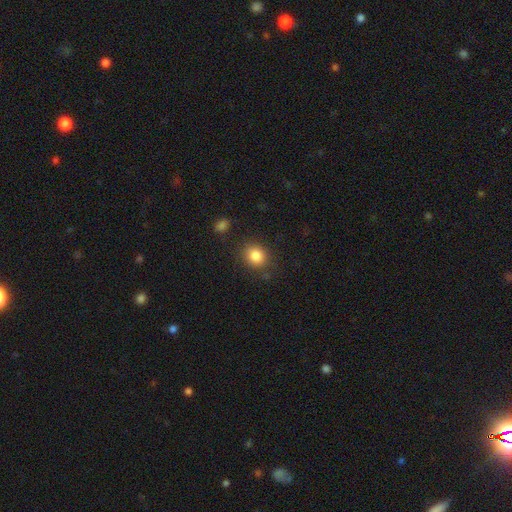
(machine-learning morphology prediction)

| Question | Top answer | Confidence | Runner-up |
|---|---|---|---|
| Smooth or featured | smooth | 85% | star or artifact (10%) |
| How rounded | round | 71% | in between (28%) |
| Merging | none | 83% | minor disturbance (11%) |